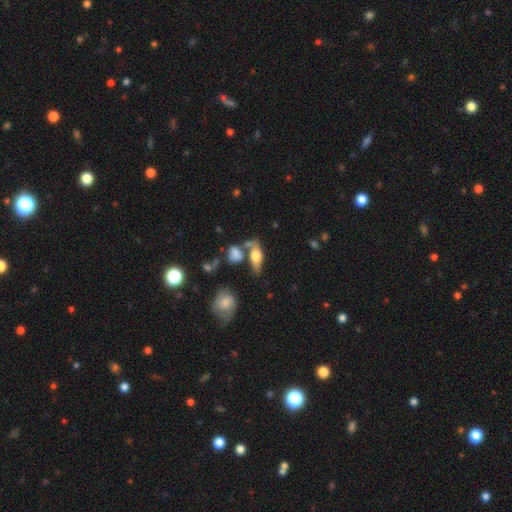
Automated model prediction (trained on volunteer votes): Morphology: type=smooth (54%); roundness=in between (67%); merging=none (52%).